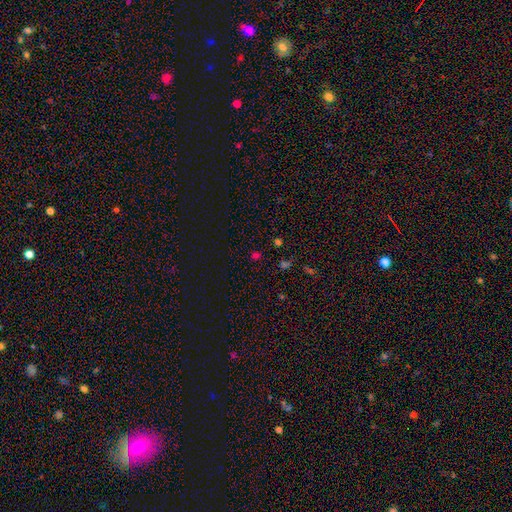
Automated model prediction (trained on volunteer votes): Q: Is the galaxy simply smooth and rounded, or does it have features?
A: smooth — 47%, tied with star or artifact.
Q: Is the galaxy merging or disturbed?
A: none — 78%.